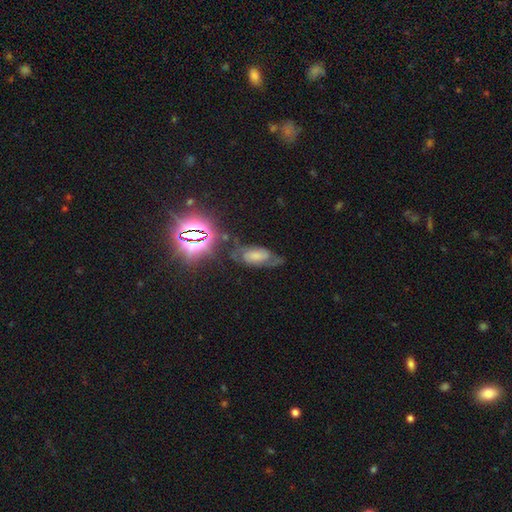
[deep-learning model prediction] A featured or disk galaxy (49%). Merging: none (52%).